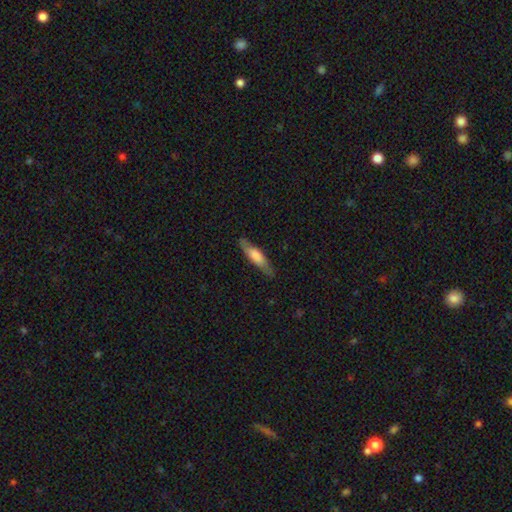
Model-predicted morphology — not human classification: Smooth or featured? smooth (62%)
How rounded? cigar-shaped (69%)
Merging? none (79%)